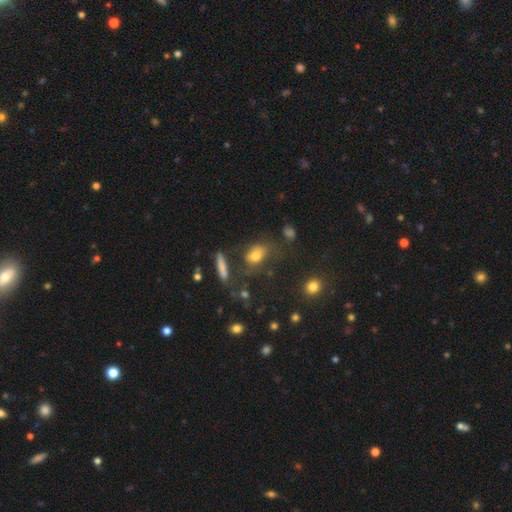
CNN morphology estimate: This appears to be a smooth galaxy with no disk features (70%) that is in between round and cigar-shaped (72%). Merging: none (56%).